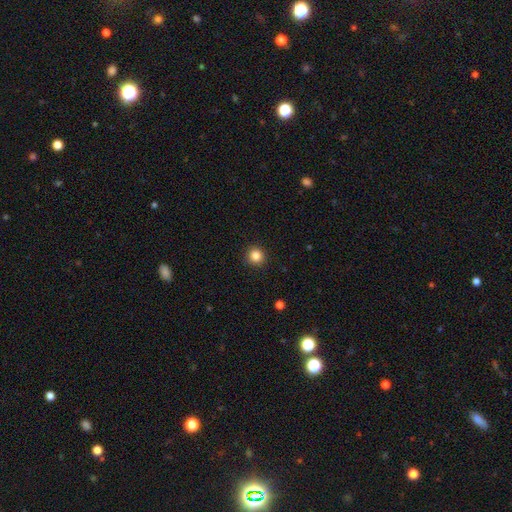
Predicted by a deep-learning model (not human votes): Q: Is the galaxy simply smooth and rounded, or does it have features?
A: smooth — 85%.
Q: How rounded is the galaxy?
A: round — 94%.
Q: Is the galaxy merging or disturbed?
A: none — 92%.